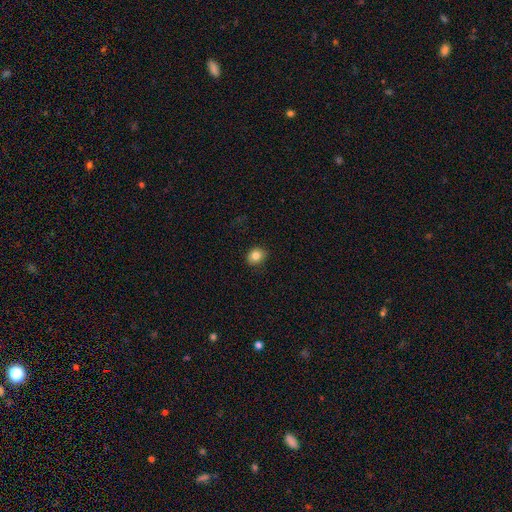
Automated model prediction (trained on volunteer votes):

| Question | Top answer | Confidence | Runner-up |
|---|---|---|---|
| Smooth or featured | smooth | 82% | star or artifact (10%) |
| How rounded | round | 57% | in between (42%) |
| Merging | none | 88% | minor disturbance (9%) |